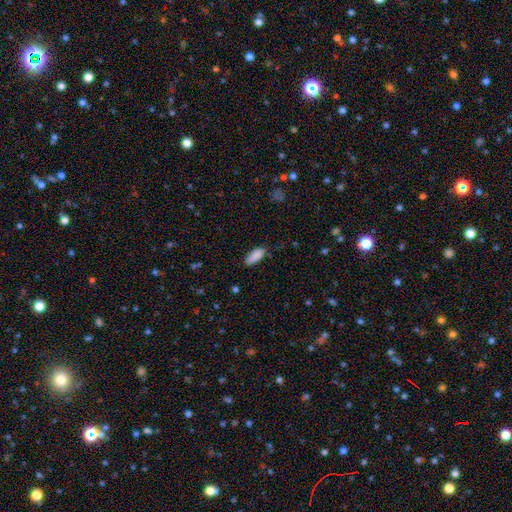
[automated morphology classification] smooth 88%, star or artifact 7%, featured or disk 4%. Down the decision tree: how rounded — in between (79%); merging — none (80%).